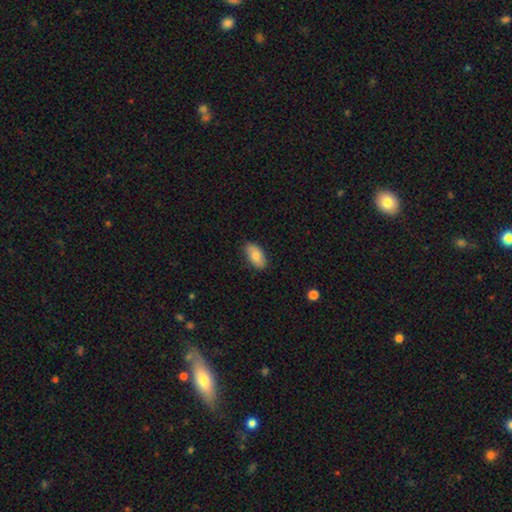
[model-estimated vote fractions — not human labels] smooth-or-featured: smooth: 79% | featured or disk: 14% | star or artifact: 7%
  how-rounded: in between: 93% | cigar-shaped: 4% | round: 3%
  merging: none: 85% | minor disturbance: 12% | major disturbance: 2% | merger: 1%